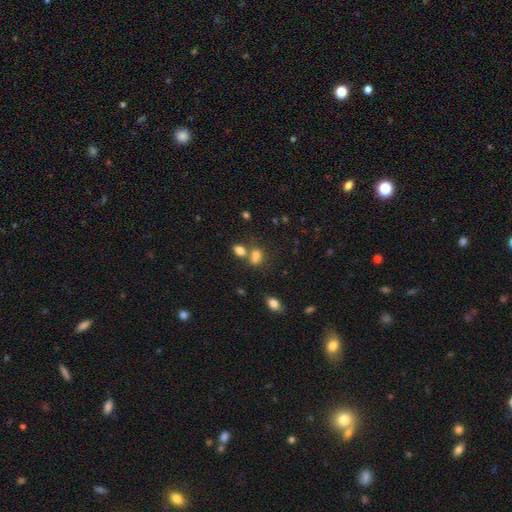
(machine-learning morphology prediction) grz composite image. It shows a smooth galaxy with no disk features (75%) that is in between round and cigar-shaped (73%). Merging: merger (47%).